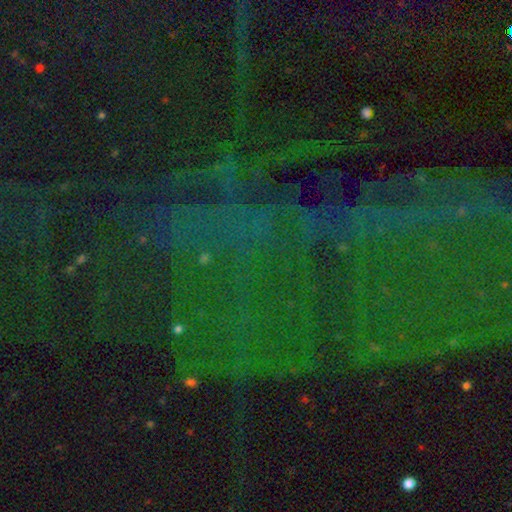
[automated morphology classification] Smooth or featured? star or artifact (82%)